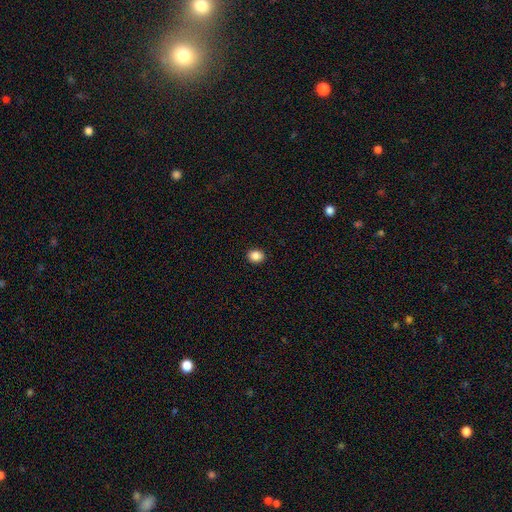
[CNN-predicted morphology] The model was most divided on "how rounded": round: 58%, in between: 42%, cigar-shaped: 1%. More confident: merging — none (91%); smooth or featured — smooth (87%).